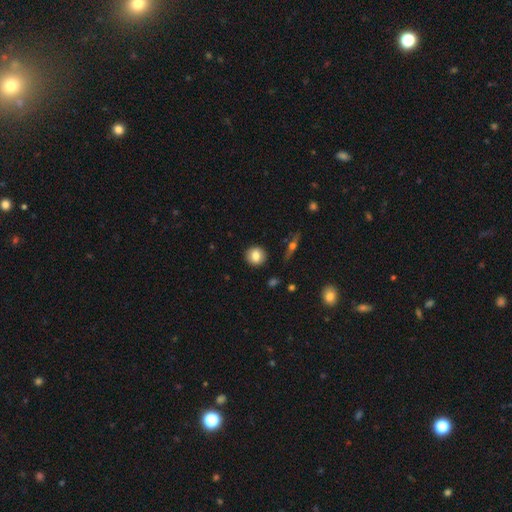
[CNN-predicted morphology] A smooth galaxy with no disk features (81%) that is round (89%). Merging: none (90%).